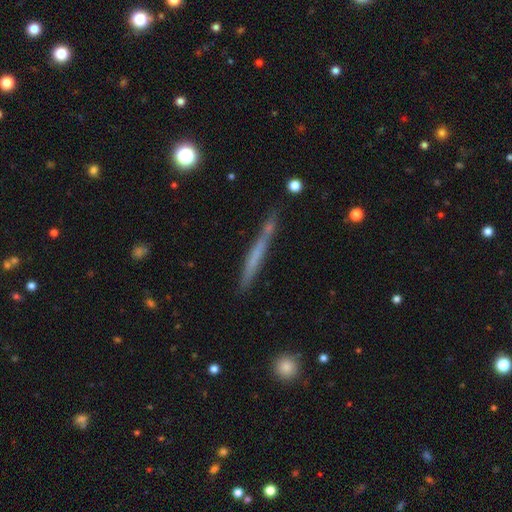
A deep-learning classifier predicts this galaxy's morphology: Smooth or featured?
  - smooth: 50% *
  - featured or disk: 41%
  - star or artifact: 8%
How rounded?
  - cigar-shaped: 96% *
  - in between: 3%
  - round: 2%
Merging?
  - none: 75% *
  - minor disturbance: 16%
  - merger: 5%
  - major disturbance: 4%